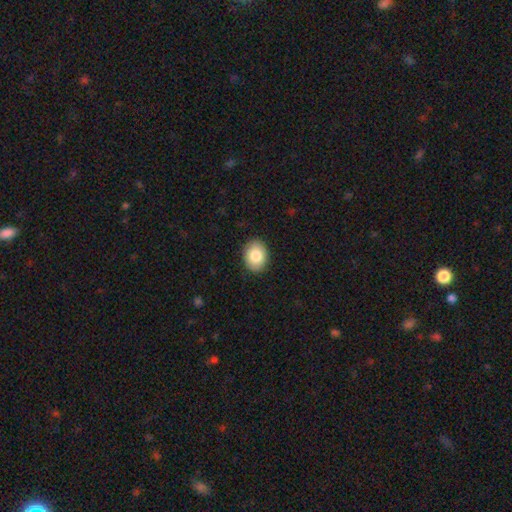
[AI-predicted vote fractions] smooth-or-featured: smooth: 84% | featured or disk: 9% | star or artifact: 7%
  how-rounded: in between: 63% | round: 37% | cigar-shaped: 1%
  merging: none: 90% | minor disturbance: 7% | major disturbance: 2% | merger: 1%